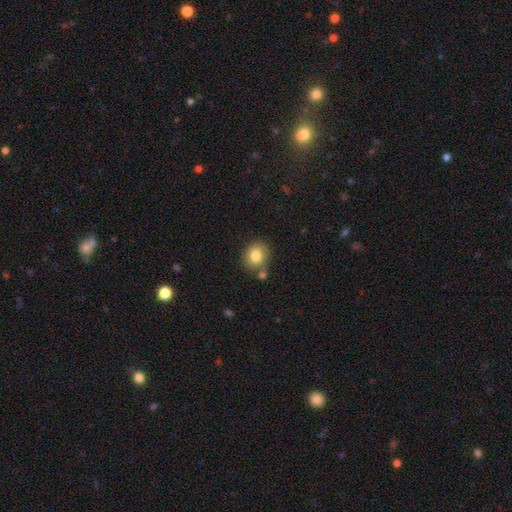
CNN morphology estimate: Smooth or featured: smooth — 82% (featured or disk — 10%)
How rounded: round — 67% (in between — 32%)
Merging: none — 66% (minor disturbance — 16%)